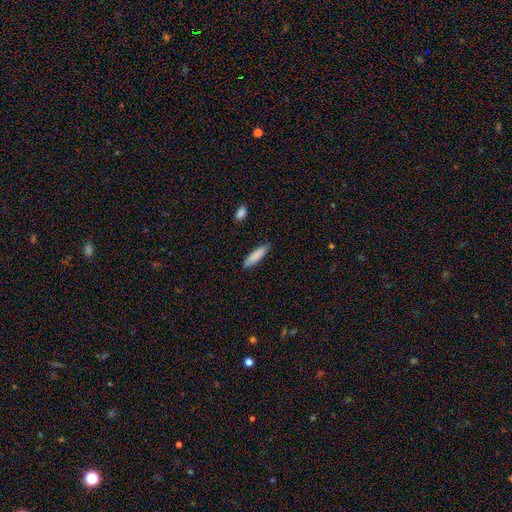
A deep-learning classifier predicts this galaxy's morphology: smooth_or_featured: smooth (p=0.85) [alt: featured or disk p=0.09]
how_rounded: cigar-shaped (p=0.66) [alt: in between p=0.32]
merging: none (p=0.83) [alt: minor disturbance p=0.13]